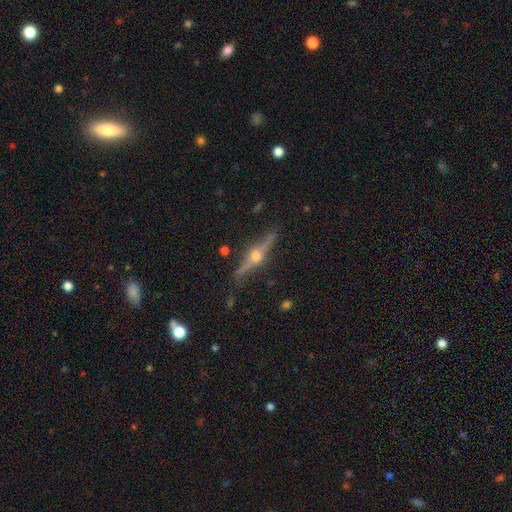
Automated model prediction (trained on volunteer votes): A featured or disk galaxy (85%) viewed edge-on (97%) with a rounded central bulge (96%).

Vote fractions:
- Smooth or featured? featured or disk: 85% / smooth: 9% / star or artifact: 6%
- Edge-on disk? yes: 97% / no: 3%
- Edge-on bulge? rounded: 96% / boxy: 2% / none: 2%
- Merging? none: 85% / minor disturbance: 11% / major disturbance: 2% / merger: 2%